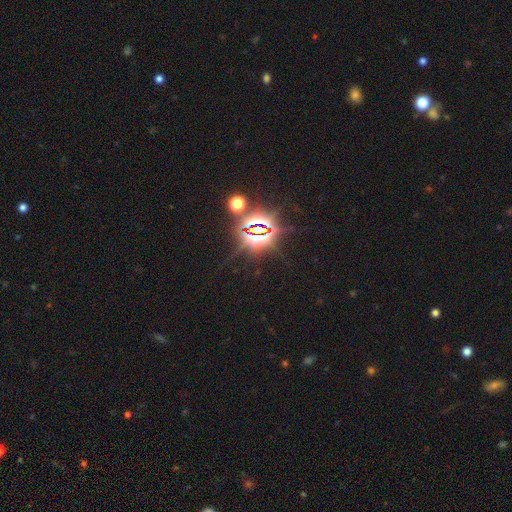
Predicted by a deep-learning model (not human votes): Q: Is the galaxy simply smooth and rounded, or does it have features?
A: star or artifact — 81%.